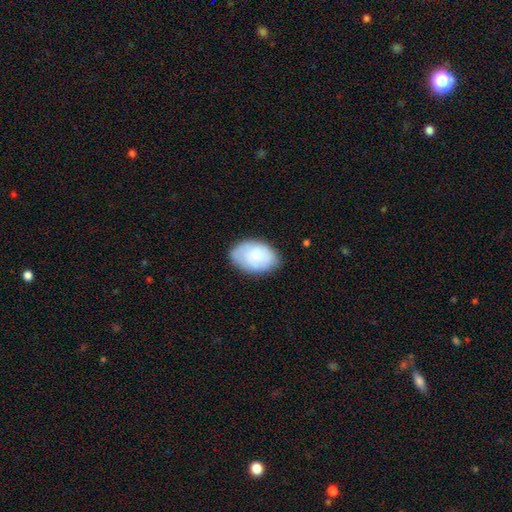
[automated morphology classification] smooth-or-featured: smooth: 74% | featured or disk: 19% | star or artifact: 7%
  how-rounded: in between: 89% | round: 10% | cigar-shaped: 1%
  merging: none: 73% | minor disturbance: 21% | major disturbance: 4% | merger: 2%